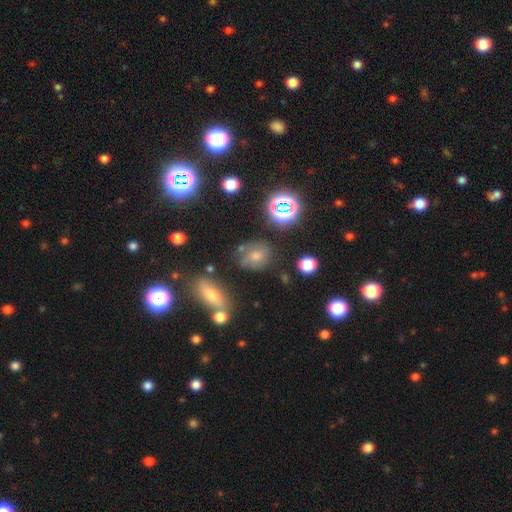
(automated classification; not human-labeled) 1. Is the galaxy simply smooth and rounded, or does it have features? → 40% smooth, 37% star or artifact, 23% featured or disk.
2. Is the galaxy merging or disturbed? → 70% none, 17% minor disturbance, 7% major disturbance, 6% merger.